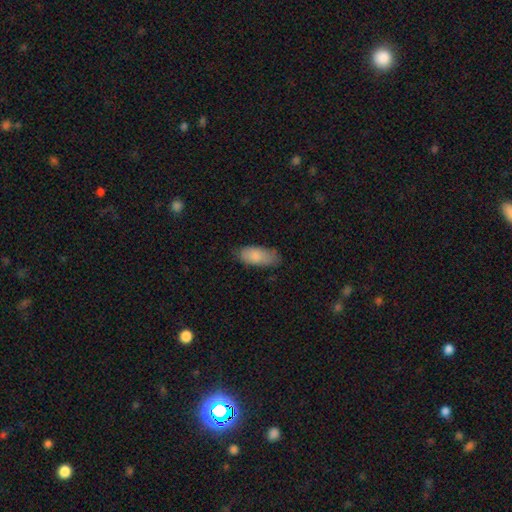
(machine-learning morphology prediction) A smooth galaxy with no disk features (85%) that is in between round and cigar-shaped (88%).

Vote fractions:
- Smooth or featured? smooth: 85% / featured or disk: 9% / star or artifact: 6%
- How rounded? in between: 88% / cigar-shaped: 10% / round: 2%
- Merging? none: 71% / minor disturbance: 22% / major disturbance: 5% / merger: 1%